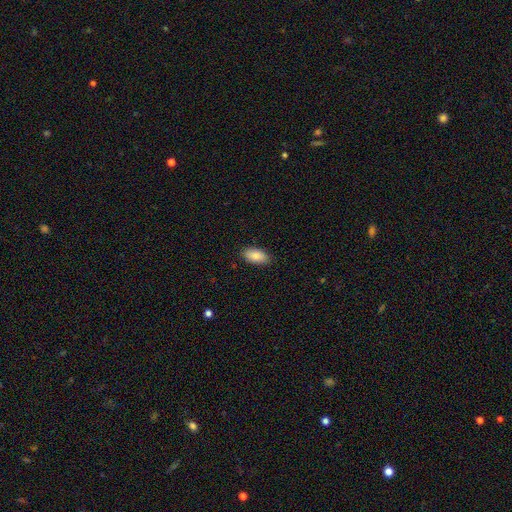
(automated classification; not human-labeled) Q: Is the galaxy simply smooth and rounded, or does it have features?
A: smooth — 85%.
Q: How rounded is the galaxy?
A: in between — 93%.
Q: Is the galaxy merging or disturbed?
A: none — 87%.